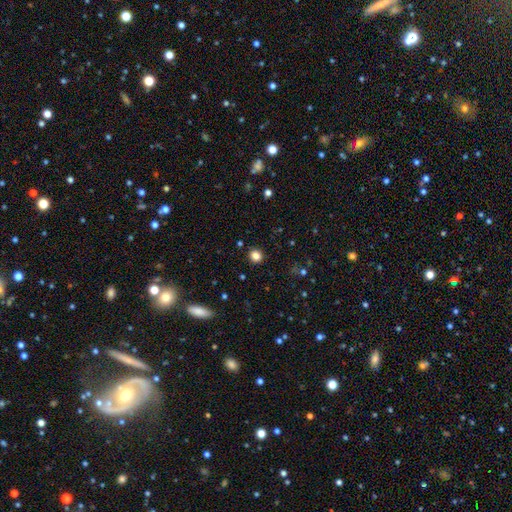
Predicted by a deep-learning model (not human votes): smooth-or-featured: smooth: 83% | star or artifact: 12% | featured or disk: 4%
  how-rounded: round: 88% | in between: 11% | cigar-shaped: 1%
  merging: none: 92% | minor disturbance: 5% | major disturbance: 2% | merger: 1%